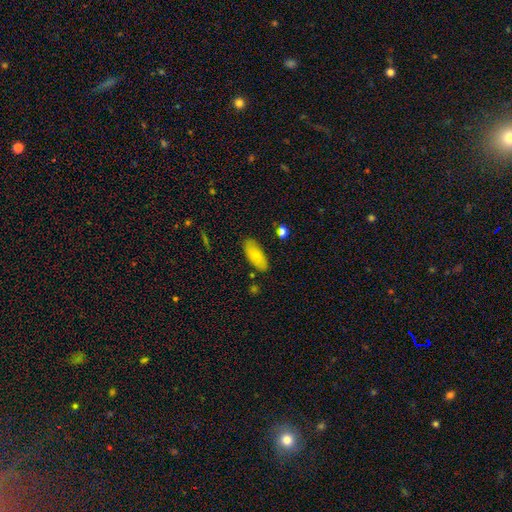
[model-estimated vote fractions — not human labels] A smooth galaxy with no disk features (81%) that is in between round and cigar-shaped (85%). Merging: none (85%).